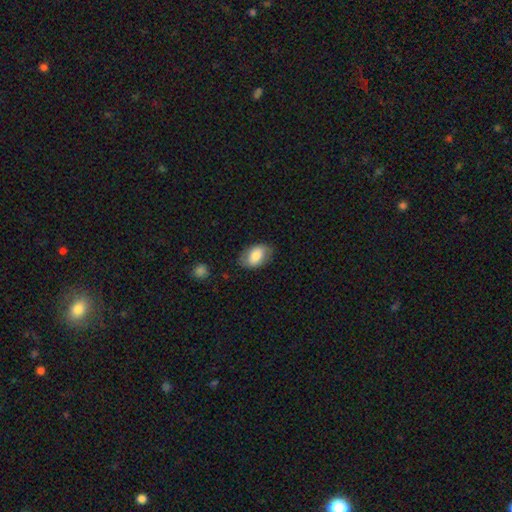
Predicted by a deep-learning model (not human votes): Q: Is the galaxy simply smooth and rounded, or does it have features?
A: smooth — 78%.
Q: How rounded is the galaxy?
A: in between — 90%.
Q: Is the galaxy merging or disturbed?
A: none — 78%.